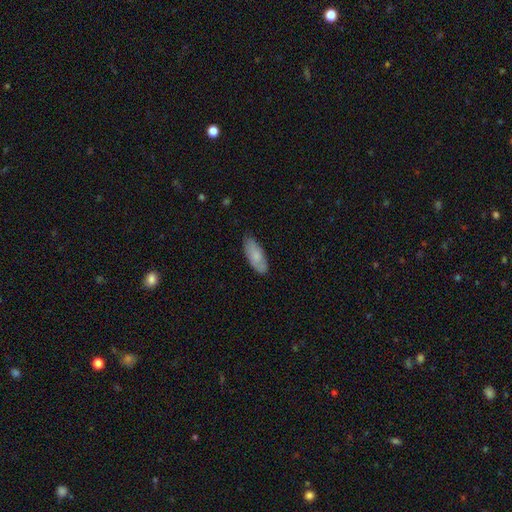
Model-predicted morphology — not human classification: Smooth or featured? Predicted: smooth (p=0.76). How rounded? Predicted: in between (p=0.78). Merging? Predicted: none (p=0.80).